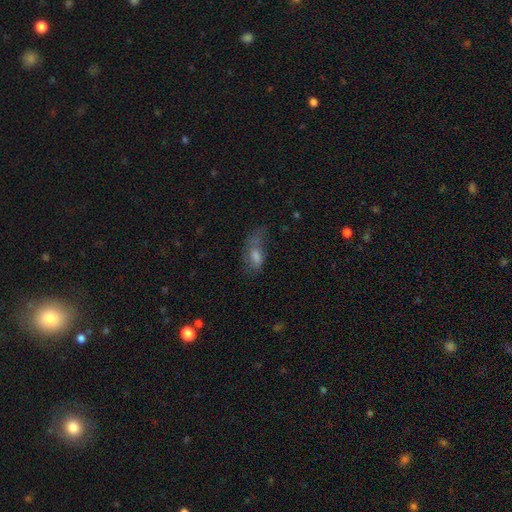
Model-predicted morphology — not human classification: smooth_or_featured: smooth (p=0.52) [alt: featured or disk p=0.31]
how_rounded: in between (p=0.79) [alt: cigar-shaped p=0.15]
merging: none (p=0.40) [alt: major disturbance p=0.29]